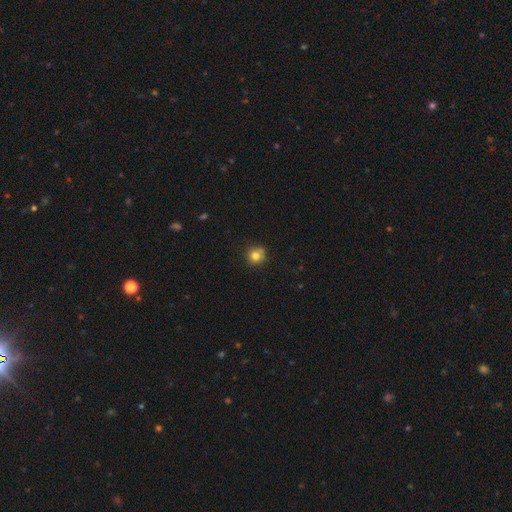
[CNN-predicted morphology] Q: Smooth or featured?
A: smooth (80%); runner-up: star or artifact (12%)
Q: How rounded?
A: round (91%); runner-up: in between (8%)
Q: Merging?
A: none (78%); runner-up: minor disturbance (15%)